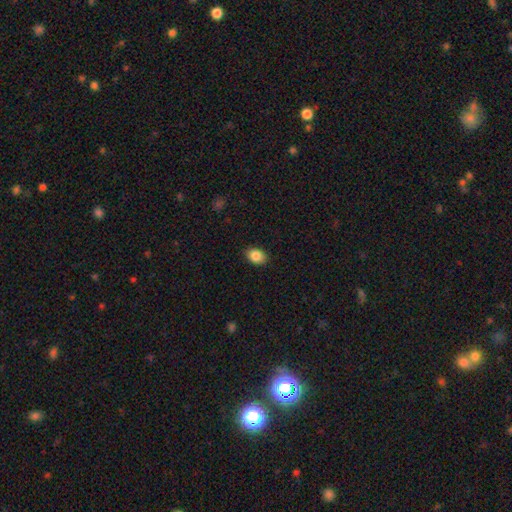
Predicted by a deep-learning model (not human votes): Smooth or featured: smooth — 87% (star or artifact — 8%)
How rounded: in between — 73% (round — 26%)
Merging: none — 87% (minor disturbance — 10%)